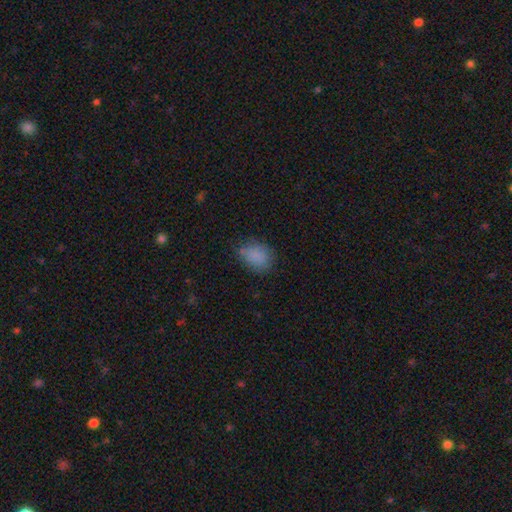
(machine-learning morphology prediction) Q: Smooth or featured?
A: smooth (84%); runner-up: star or artifact (10%)
Q: How rounded?
A: in between (61%); runner-up: round (38%)
Q: Merging?
A: none (71%); runner-up: minor disturbance (21%)